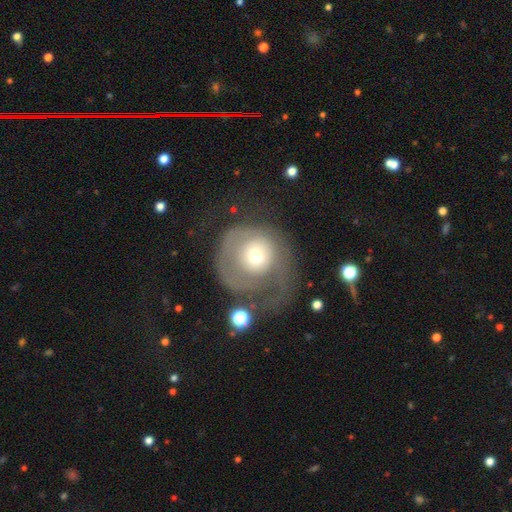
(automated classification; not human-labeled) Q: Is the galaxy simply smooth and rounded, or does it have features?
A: featured or disk — 50%.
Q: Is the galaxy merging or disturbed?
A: major disturbance — 49%.